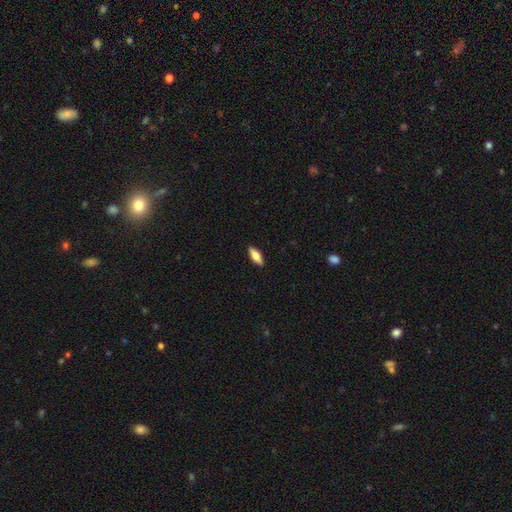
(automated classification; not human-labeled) smooth-or-featured: smooth: 77% | featured or disk: 17% | star or artifact: 6%
  how-rounded: in between: 71% | cigar-shaped: 27% | round: 2%
  merging: none: 90% | minor disturbance: 8% | major disturbance: 2% | merger: 1%